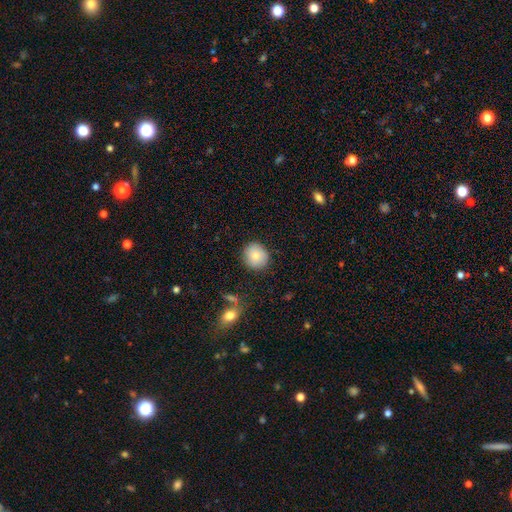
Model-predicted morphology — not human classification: Q: Smooth or featured?
A: smooth (82%); runner-up: featured or disk (10%)
Q: How rounded?
A: round (83%); runner-up: in between (16%)
Q: Merging?
A: none (86%); runner-up: minor disturbance (10%)